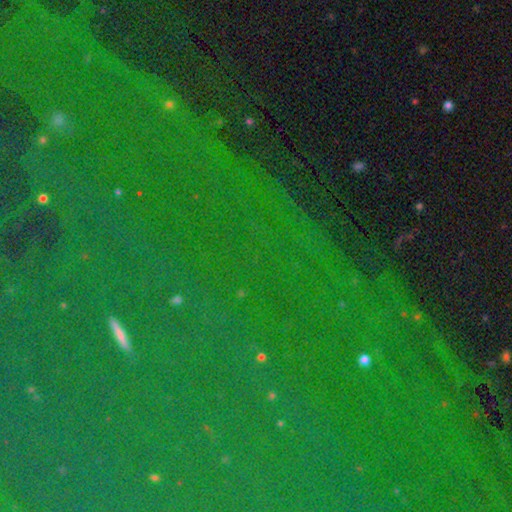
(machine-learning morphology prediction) Smooth or featured: star or artifact — 85% (smooth — 7%)